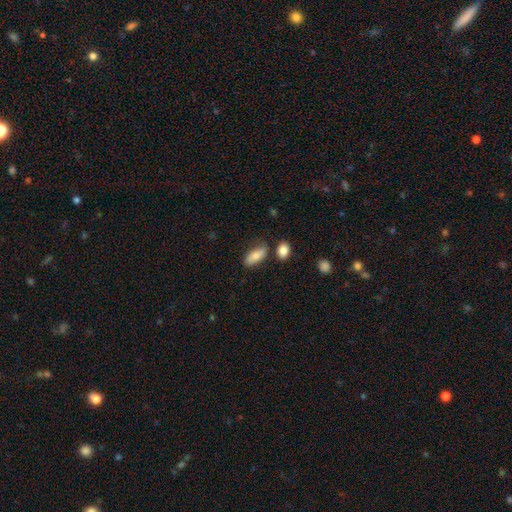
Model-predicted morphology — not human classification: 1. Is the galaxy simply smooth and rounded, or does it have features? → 78% smooth, 15% featured or disk, 7% star or artifact.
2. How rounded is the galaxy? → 85% in between, 11% cigar-shaped, 4% round.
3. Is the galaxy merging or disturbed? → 65% none, 22% minor disturbance, 7% merger, 6% major disturbance.